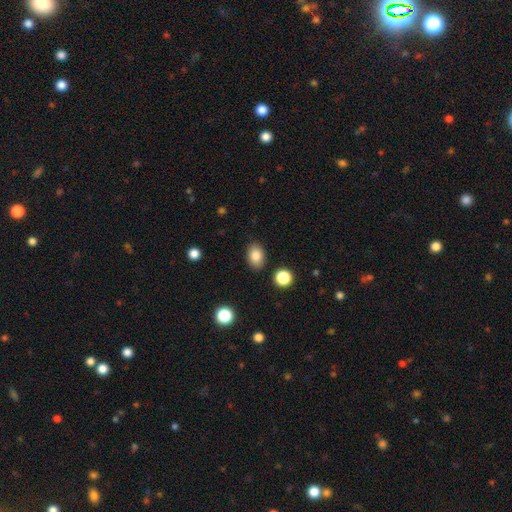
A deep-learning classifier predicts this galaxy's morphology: Smooth or featured? smooth (84%)
How rounded? in between (82%)
Merging? none (87%)